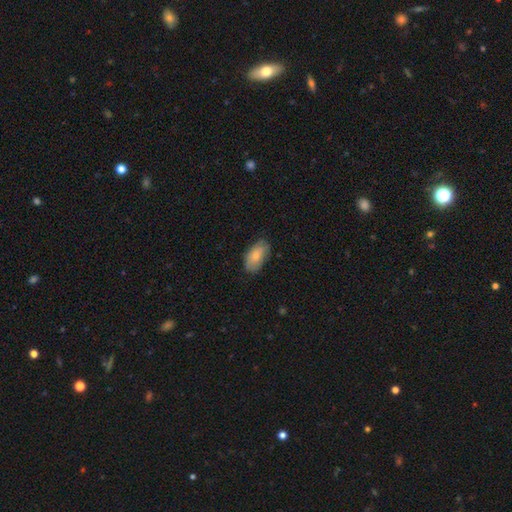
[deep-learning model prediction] A smooth galaxy with no disk features (76%) that is in between round and cigar-shaped (93%).

Vote fractions:
- Smooth or featured? smooth: 76% / featured or disk: 18% / star or artifact: 6%
- How rounded? in between: 93% / round: 5% / cigar-shaped: 2%
- Merging? none: 73% / minor disturbance: 22% / major disturbance: 4% / merger: 1%